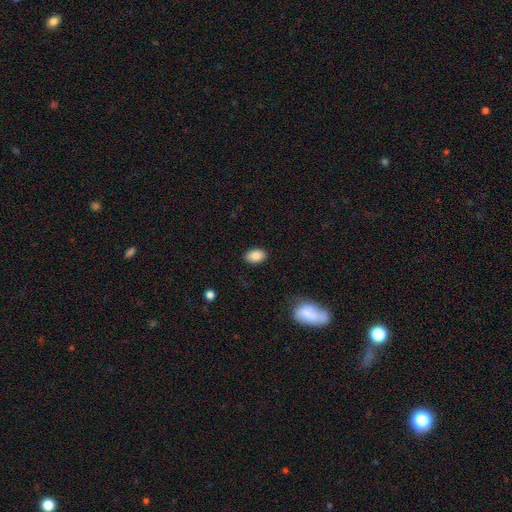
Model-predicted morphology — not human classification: Smooth or featured: smooth — 86% (star or artifact — 8%)
How rounded: in between — 88% (round — 11%)
Merging: none — 88% (minor disturbance — 9%)